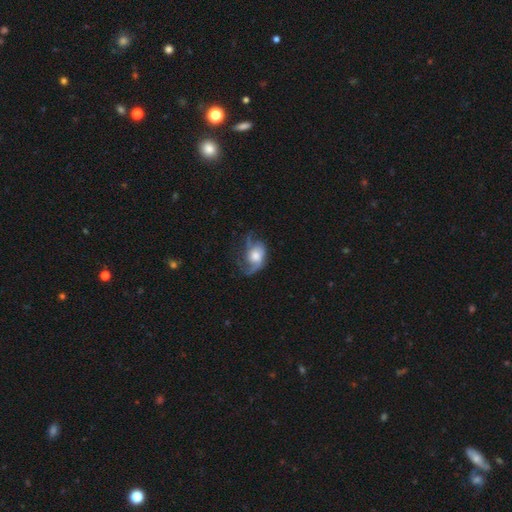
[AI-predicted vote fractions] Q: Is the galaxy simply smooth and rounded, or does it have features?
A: featured or disk — 66%.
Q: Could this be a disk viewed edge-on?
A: no — 96%.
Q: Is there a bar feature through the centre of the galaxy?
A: no — 74%.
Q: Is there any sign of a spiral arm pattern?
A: yes — 86%.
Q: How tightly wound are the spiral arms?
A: loose — 45%.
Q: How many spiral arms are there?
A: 2 — 43%.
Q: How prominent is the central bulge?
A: moderate — 47%.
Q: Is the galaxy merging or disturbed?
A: none — 44%.